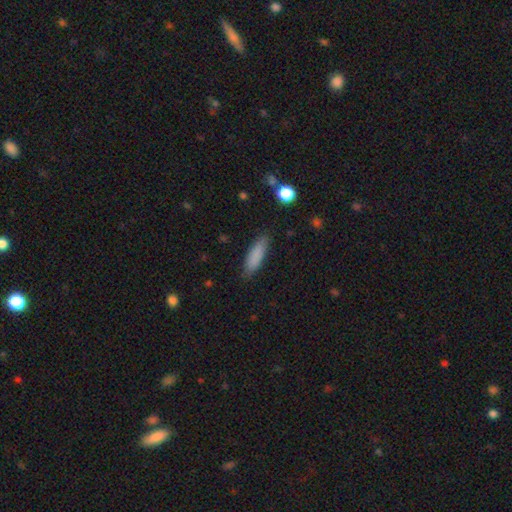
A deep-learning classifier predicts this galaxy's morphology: This appears to be a smooth galaxy with no disk features (85%) that is cigar-shaped (60%). Merging: none (84%).